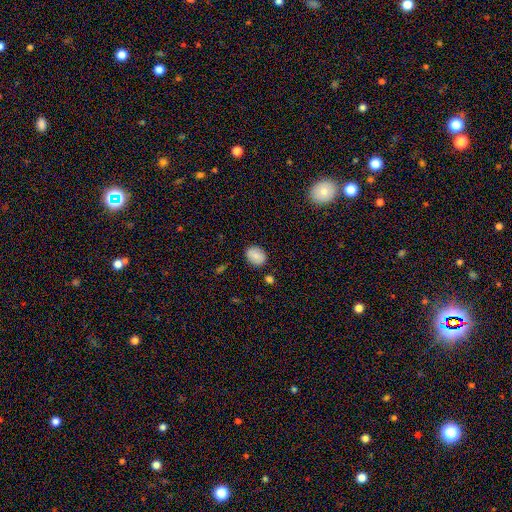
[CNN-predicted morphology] smooth-or-featured: smooth: 84% | featured or disk: 8% | star or artifact: 8%
  how-rounded: in between: 55% | round: 44% | cigar-shaped: 1%
  merging: none: 84% | minor disturbance: 11% | major disturbance: 3% | merger: 2%